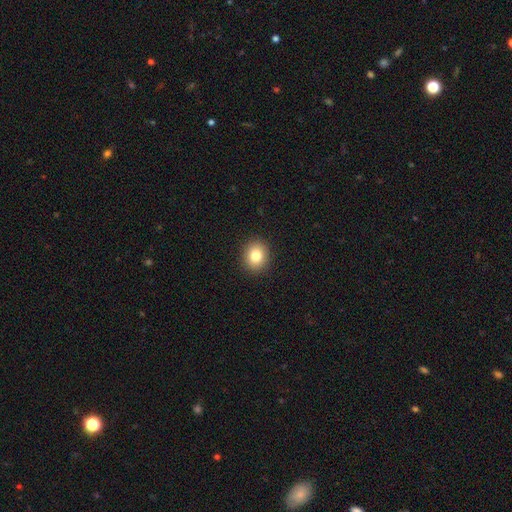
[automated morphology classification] smooth_or_featured: smooth (p=0.82) [alt: star or artifact p=0.10]
how_rounded: round (p=0.70) [alt: in between p=0.29]
merging: none (p=0.91) [alt: minor disturbance p=0.06]